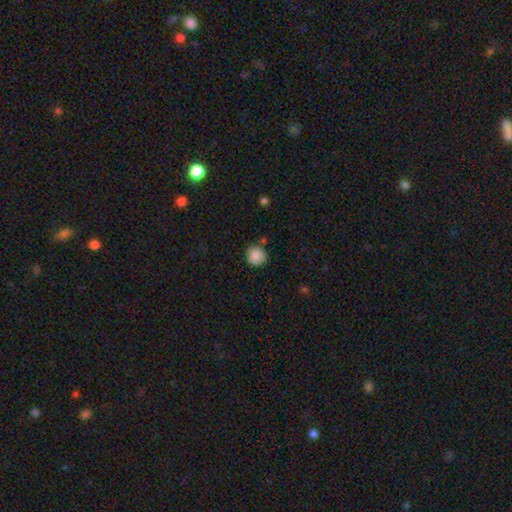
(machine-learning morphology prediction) Smooth or featured?
  - smooth: 87% *
  - star or artifact: 9%
  - featured or disk: 4%
How rounded?
  - round: 89% *
  - in between: 10%
  - cigar-shaped: 1%
Merging?
  - none: 78% *
  - minor disturbance: 14%
  - merger: 5%
  - major disturbance: 3%